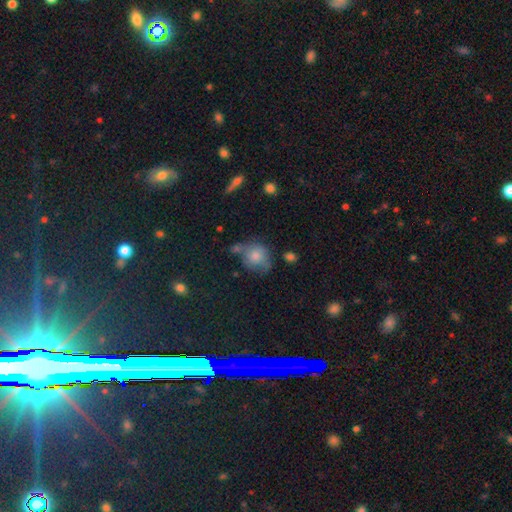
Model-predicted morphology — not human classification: type=smooth (72%); roundness=round (75%); merging=none (43%).